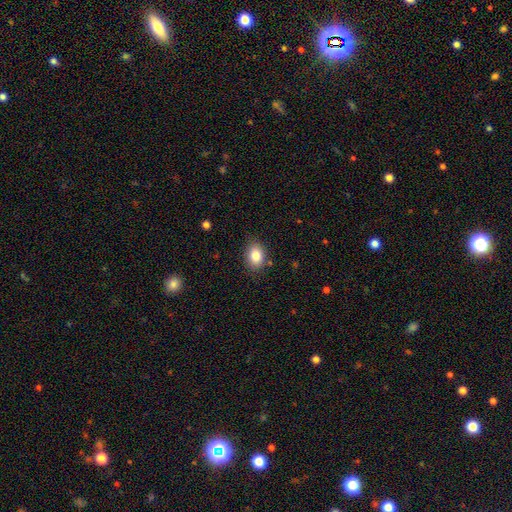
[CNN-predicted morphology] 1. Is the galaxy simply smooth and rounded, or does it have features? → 85% smooth, 9% star or artifact, 7% featured or disk.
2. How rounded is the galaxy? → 73% in between, 26% round, 1% cigar-shaped.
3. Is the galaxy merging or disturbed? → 82% none, 14% minor disturbance, 3% major disturbance, 2% merger.